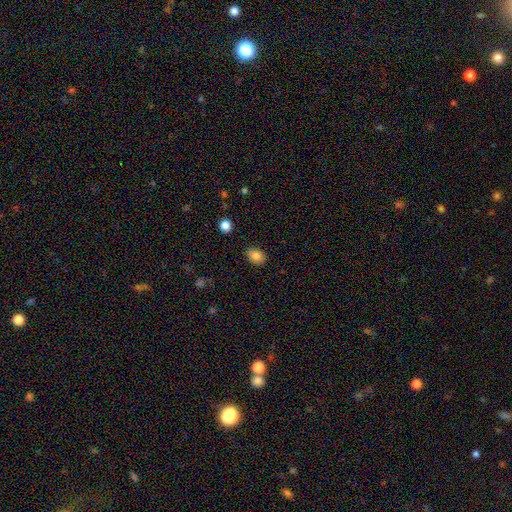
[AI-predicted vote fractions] smooth 85%, star or artifact 9%, featured or disk 6%. Down the decision tree: how rounded — in between (70%); merging — none (87%).